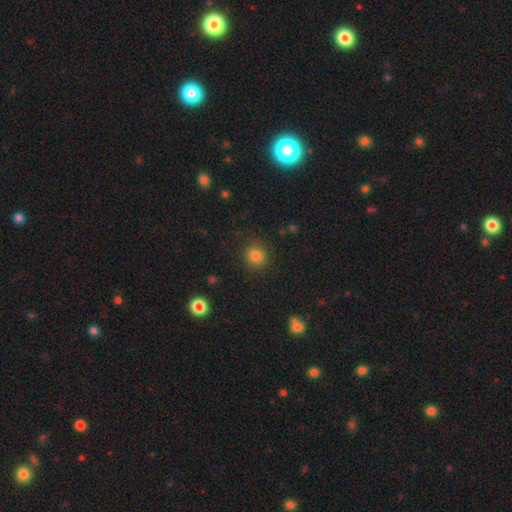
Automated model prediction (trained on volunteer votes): A smooth galaxy with no disk features (83%) that is round (89%).

Vote fractions:
- Smooth or featured? smooth: 83% / star or artifact: 12% / featured or disk: 4%
- How rounded? round: 89% / in between: 10% / cigar-shaped: 1%
- Merging? none: 88% / minor disturbance: 8% / major disturbance: 3% / merger: 1%